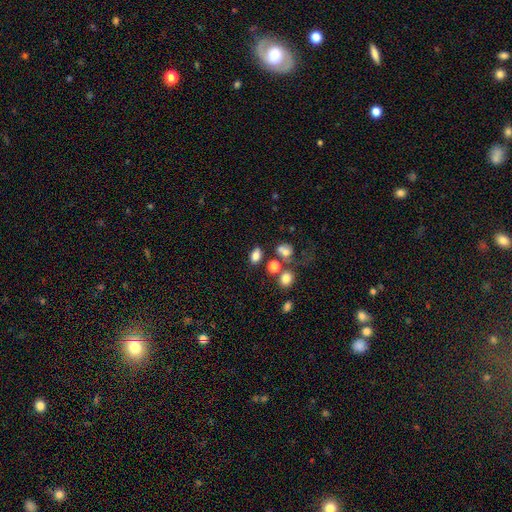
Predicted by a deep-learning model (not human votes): smooth 78%, star or artifact 13%, featured or disk 9%. Down the decision tree: how rounded — in between (78%); merging — none (66%).